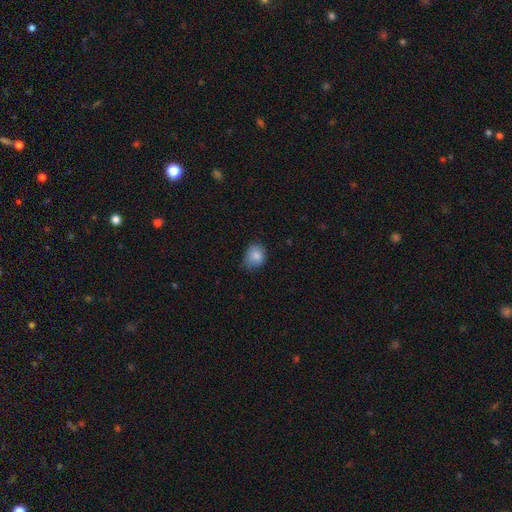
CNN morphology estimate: A smooth galaxy with no disk features (84%) that is round (57%). Merging: none (61%).